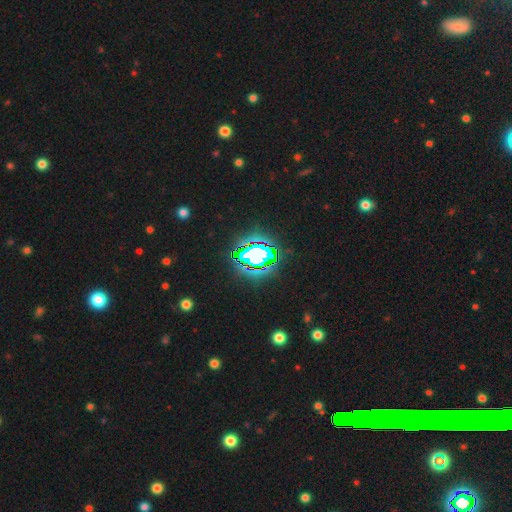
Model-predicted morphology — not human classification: The model was most divided on "smooth or featured": star or artifact: 65%, smooth: 20%, featured or disk: 16%.